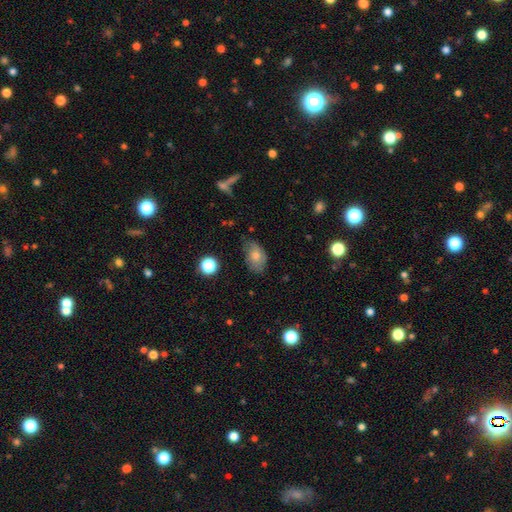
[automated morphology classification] Smooth or featured? Predicted: smooth (p=0.59). How rounded? Predicted: in between (p=0.84). Merging? Predicted: none (p=0.65).